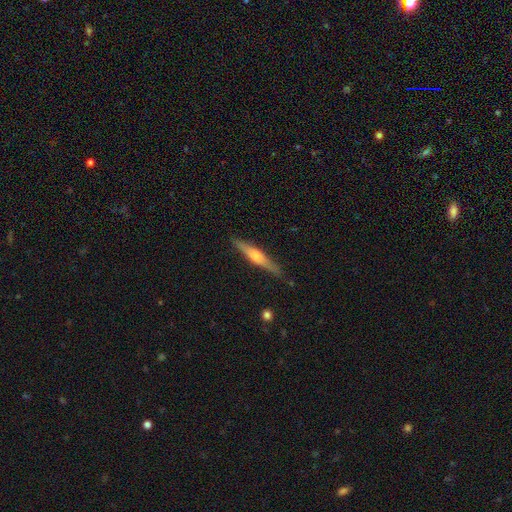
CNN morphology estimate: Smooth or featured: featured or disk — 62% (smooth — 32%)
Edge-on disk: yes — 96% (no — 4%)
Edge-on bulge: rounded — 84% (boxy — 8%)
Merging: none — 88% (minor disturbance — 9%)